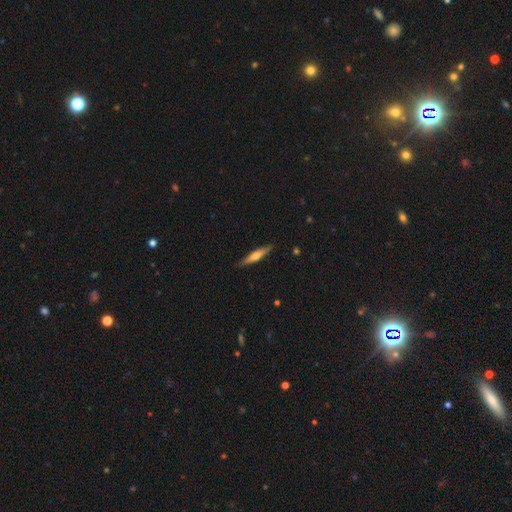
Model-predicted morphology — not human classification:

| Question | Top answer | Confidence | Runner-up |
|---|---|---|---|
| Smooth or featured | featured or disk | 53% | smooth (41%) |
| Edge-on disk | yes | 95% | no (5%) |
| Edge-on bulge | rounded | 81% | none (12%) |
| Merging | none | 89% | minor disturbance (8%) |